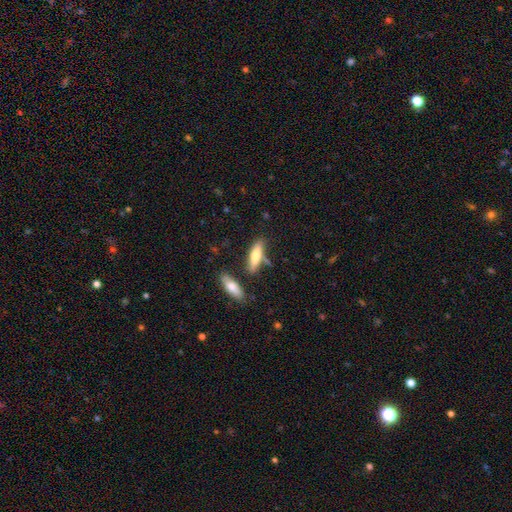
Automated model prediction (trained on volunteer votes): Smooth or featured?
  - smooth: 68% *
  - featured or disk: 26%
  - star or artifact: 6%
How rounded?
  - cigar-shaped: 59% *
  - in between: 39%
  - round: 2%
Merging?
  - none: 69% *
  - minor disturbance: 15%
  - merger: 12%
  - major disturbance: 4%